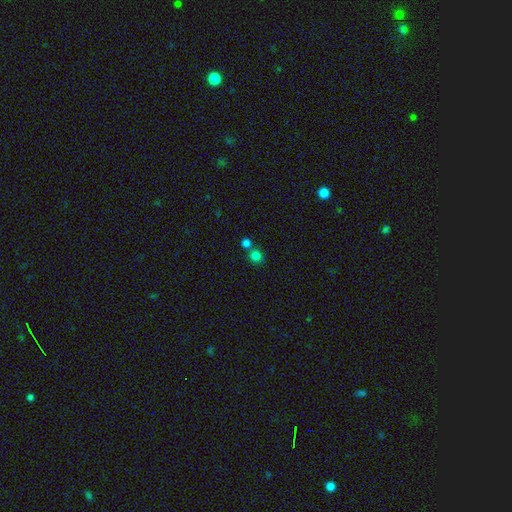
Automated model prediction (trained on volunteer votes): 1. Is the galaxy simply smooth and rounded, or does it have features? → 80% smooth, 15% star or artifact, 5% featured or disk.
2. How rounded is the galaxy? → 91% round, 8% in between, 1% cigar-shaped.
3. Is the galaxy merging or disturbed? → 66% none, 25% merger, 6% minor disturbance, 3% major disturbance.